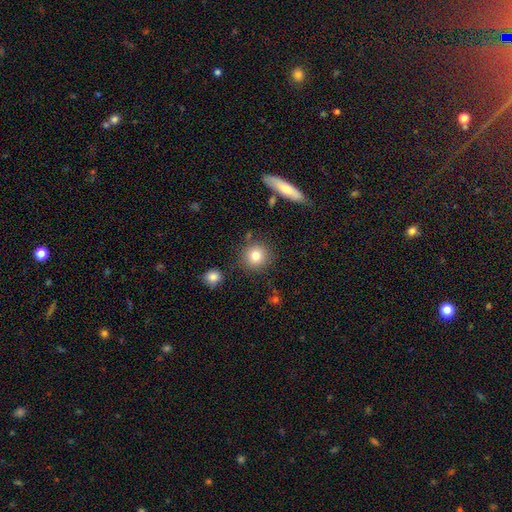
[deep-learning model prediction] This appears to be a smooth galaxy with no disk features (81%) that is round (92%). Merging: none (84%).